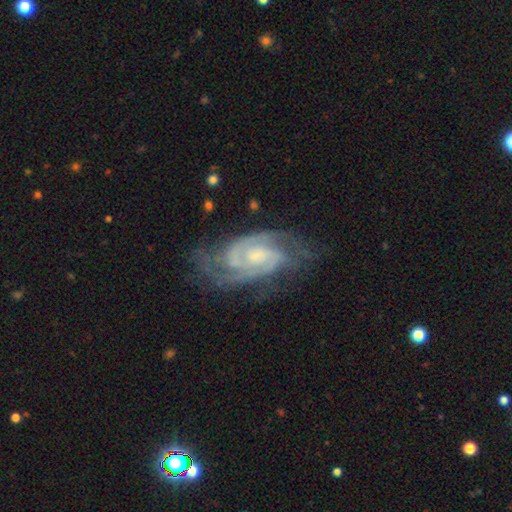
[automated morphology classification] type=featured or disk (90%); edge-on=no (96%); bar=weak (45%, tied with no); spiral arms=yes (98%); winding=tight (54%); arm count=2 (66%); bulge=small (40%); merging=none (69%).